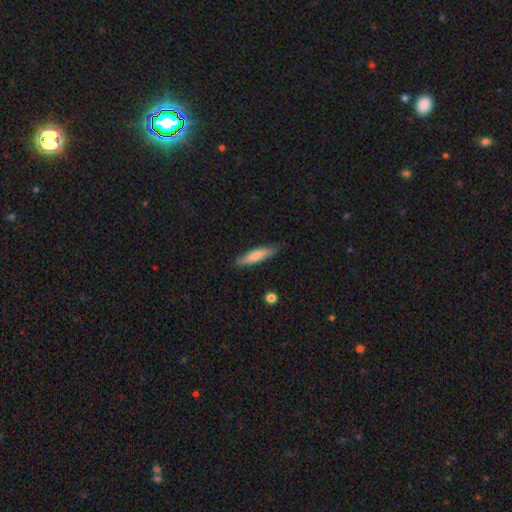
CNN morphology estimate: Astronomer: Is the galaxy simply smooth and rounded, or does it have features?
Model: smooth — 70%.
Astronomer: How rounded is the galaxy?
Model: cigar-shaped — 82%.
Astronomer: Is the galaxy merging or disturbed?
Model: none — 82%.